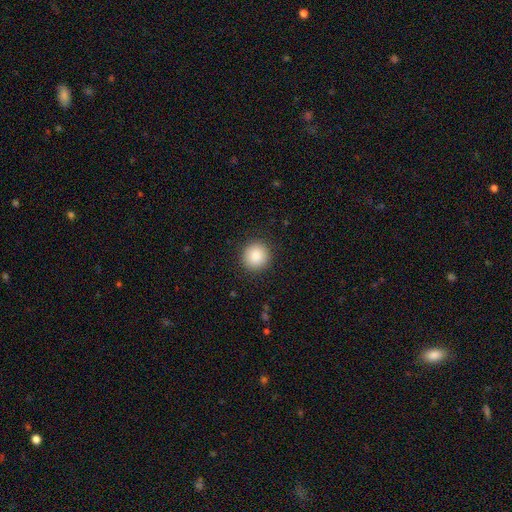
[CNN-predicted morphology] Smooth or featured?
  - smooth: 87% *
  - star or artifact: 8%
  - featured or disk: 4%
How rounded?
  - round: 93% *
  - in between: 6%
  - cigar-shaped: 1%
Merging?
  - none: 91% *
  - minor disturbance: 6%
  - major disturbance: 2%
  - merger: 1%